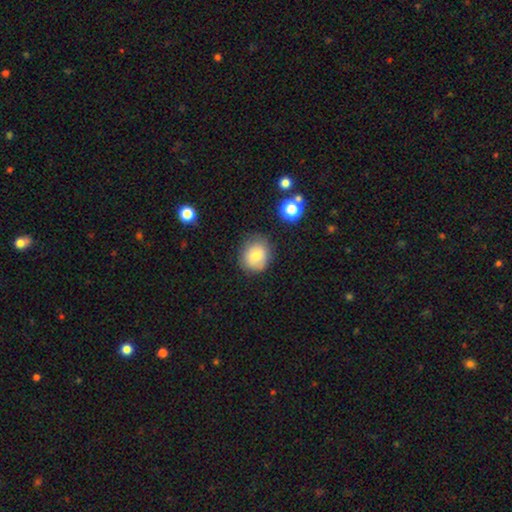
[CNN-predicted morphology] smooth-or-featured: smooth: 77% | featured or disk: 13% | star or artifact: 10%
  how-rounded: round: 69% | in between: 30% | cigar-shaped: 1%
  merging: none: 74% | minor disturbance: 19% | major disturbance: 5% | merger: 2%